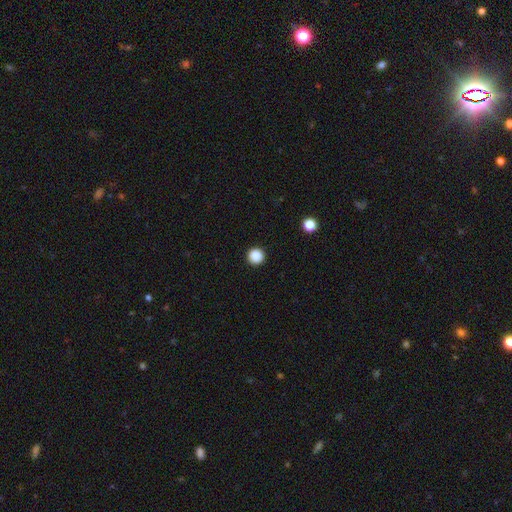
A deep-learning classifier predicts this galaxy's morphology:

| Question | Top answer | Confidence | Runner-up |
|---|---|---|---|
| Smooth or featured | smooth | 88% | star or artifact (10%) |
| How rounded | round | 96% | in between (3%) |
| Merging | none | 94% | minor disturbance (4%) |